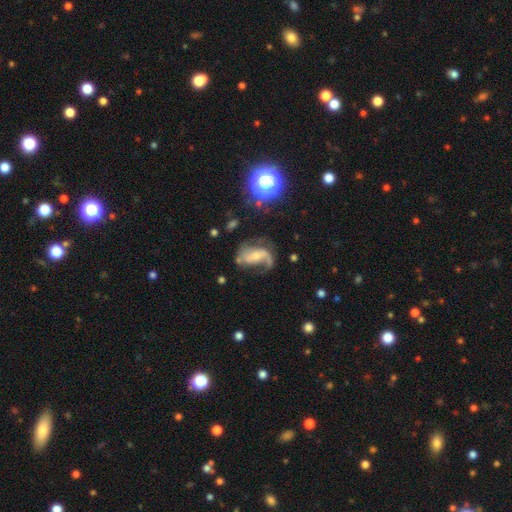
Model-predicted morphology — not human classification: type=featured or disk (73%); edge-on=no (96%); bar=no (43%); spiral arms=yes (87%); winding=loose (60%); arm count=2 (51%); bulge=small (52%); merging=none (38%).